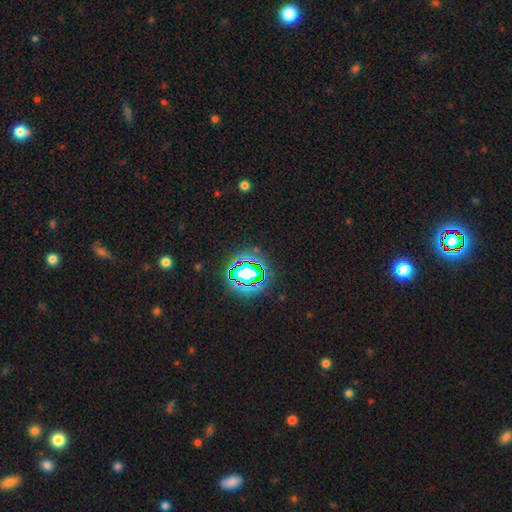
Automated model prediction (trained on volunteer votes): Overall: star or artifact (79%).